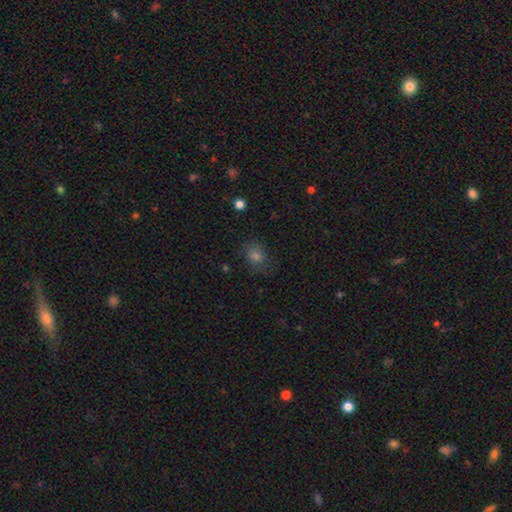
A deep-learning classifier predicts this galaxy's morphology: smooth_or_featured: smooth (p=0.61) [alt: star or artifact p=0.23]
how_rounded: round (p=0.55) [alt: in between p=0.44]
merging: none (p=0.71) [alt: minor disturbance p=0.19]